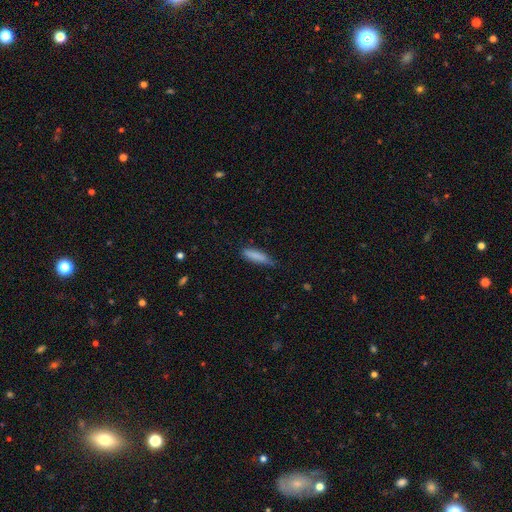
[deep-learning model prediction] This is clearly a smooth galaxy (84%). How rounded: likely cigar-shaped (69%). Merging: likely none (64%).